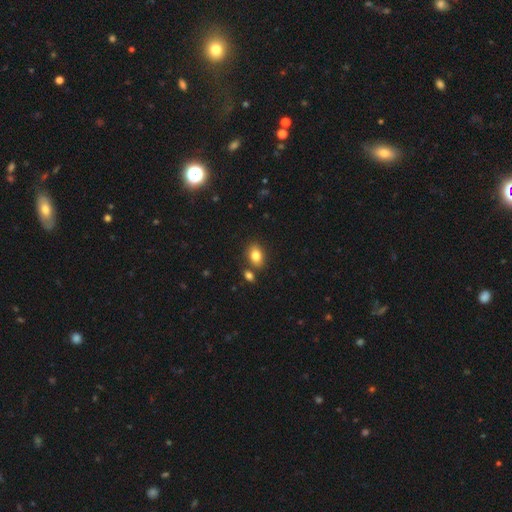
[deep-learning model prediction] Smooth or featured: smooth — 83% (star or artifact — 9%)
How rounded: in between — 80% (round — 18%)
Merging: none — 73% (merger — 14%)